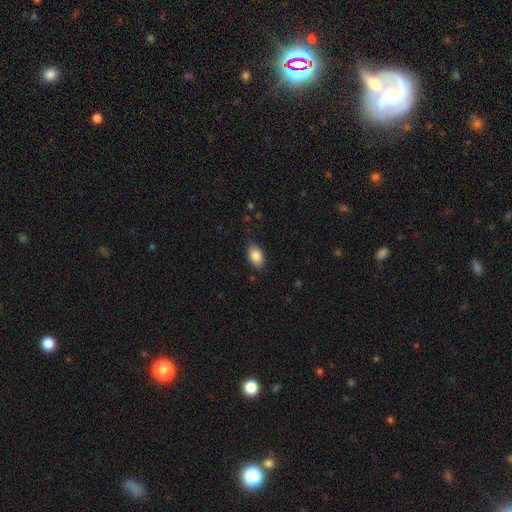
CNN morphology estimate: Smooth or featured? Predicted: smooth (p=0.87). How rounded? Predicted: in between (p=0.92). Merging? Predicted: none (p=0.84).